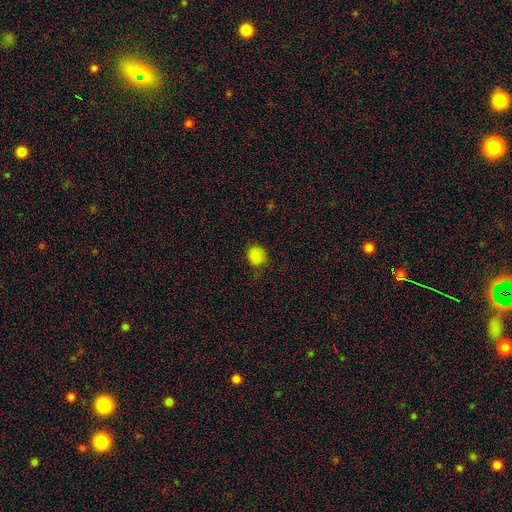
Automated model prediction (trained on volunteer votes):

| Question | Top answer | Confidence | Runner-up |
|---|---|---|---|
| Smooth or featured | smooth | 84% | star or artifact (12%) |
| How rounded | round | 75% | in between (24%) |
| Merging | none | 74% | minor disturbance (20%) |